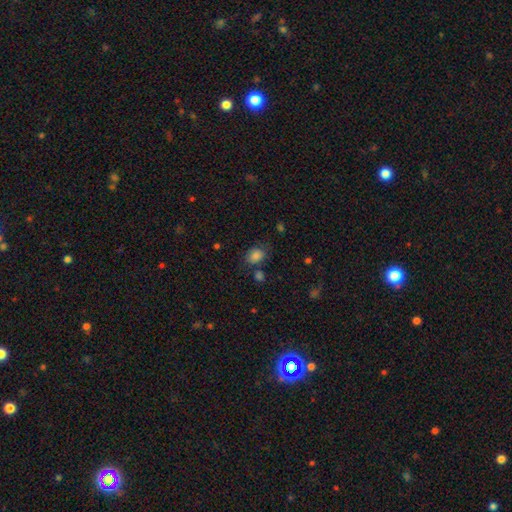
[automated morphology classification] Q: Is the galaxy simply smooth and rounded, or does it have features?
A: smooth — 83%.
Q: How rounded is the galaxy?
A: in between — 61%.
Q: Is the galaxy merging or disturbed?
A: none — 69%.